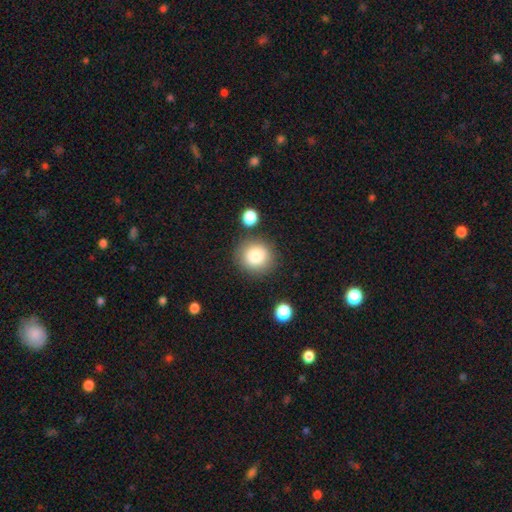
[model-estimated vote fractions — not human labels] Smooth or featured: smooth — 83% (star or artifact — 9%)
How rounded: round — 91% (in between — 8%)
Merging: none — 81% (minor disturbance — 9%)